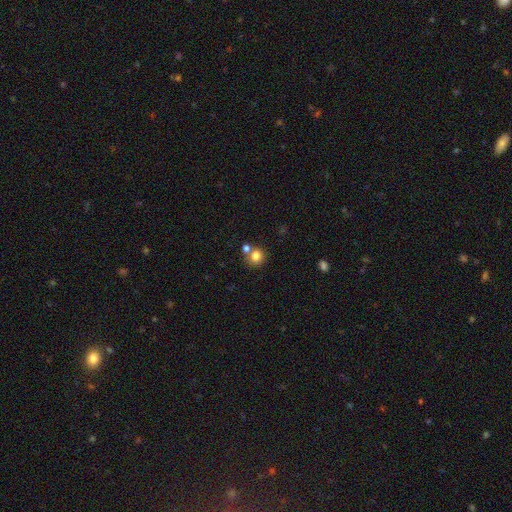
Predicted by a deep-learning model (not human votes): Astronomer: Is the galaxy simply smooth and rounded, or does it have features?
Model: smooth — 80%.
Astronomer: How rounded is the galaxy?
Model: round — 86%.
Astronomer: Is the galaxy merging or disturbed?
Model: none — 62%.